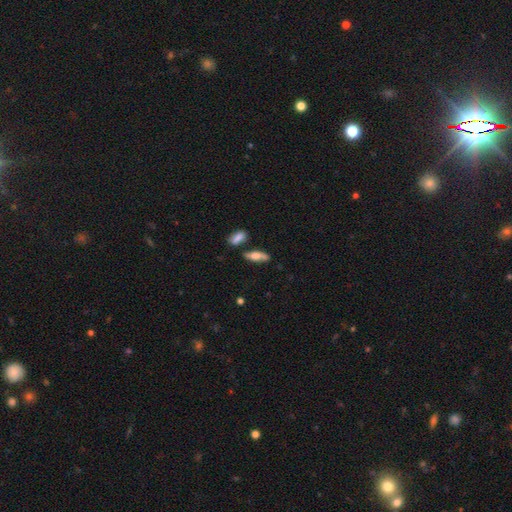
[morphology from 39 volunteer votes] Smooth or featured? smooth (51%)
How rounded? in between (70%)
Merging? none (86%)